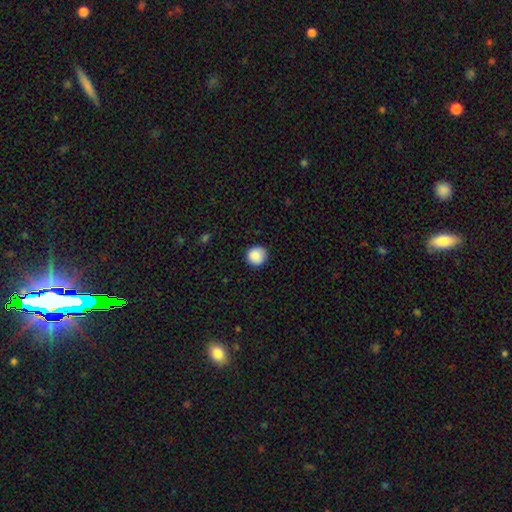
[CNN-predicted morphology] Q: Smooth or featured?
A: smooth (88%); runner-up: star or artifact (8%)
Q: How rounded?
A: round (94%); runner-up: in between (5%)
Q: Merging?
A: none (89%); runner-up: minor disturbance (8%)